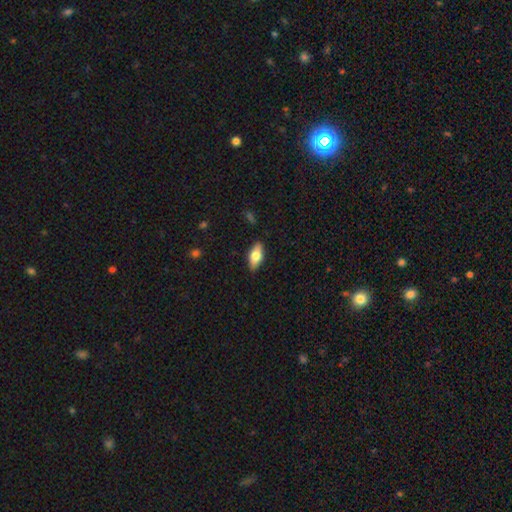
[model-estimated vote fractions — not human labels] Q: Smooth or featured?
A: smooth (68%); runner-up: featured or disk (26%)
Q: How rounded?
A: in between (83%); runner-up: cigar-shaped (13%)
Q: Merging?
A: none (87%); runner-up: minor disturbance (9%)